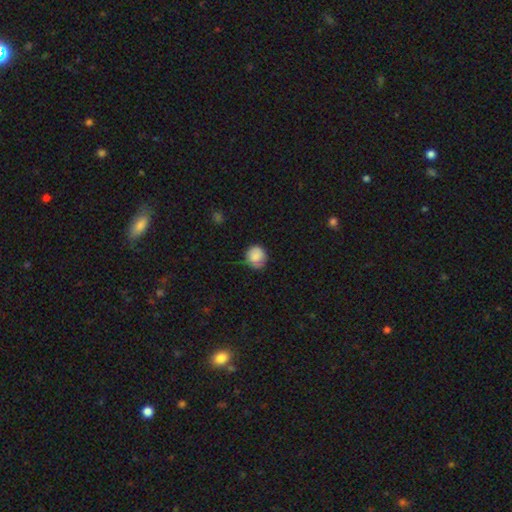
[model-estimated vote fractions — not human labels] smooth 82%, featured or disk 10%, star or artifact 8%. Down the decision tree: how rounded — round (82%); merging — none (65%).